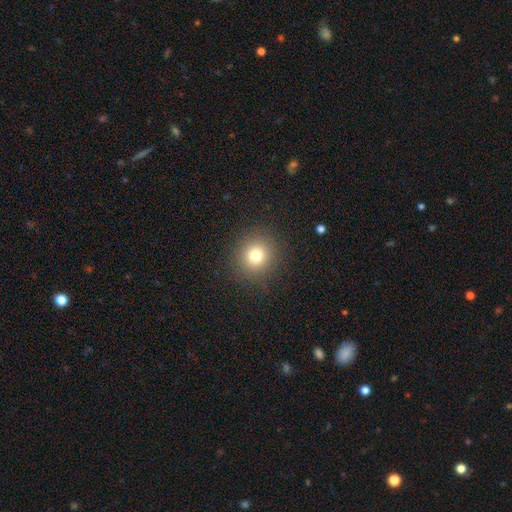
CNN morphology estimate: Smooth or featured? smooth (77%)
How rounded? round (91%)
Merging? none (89%)